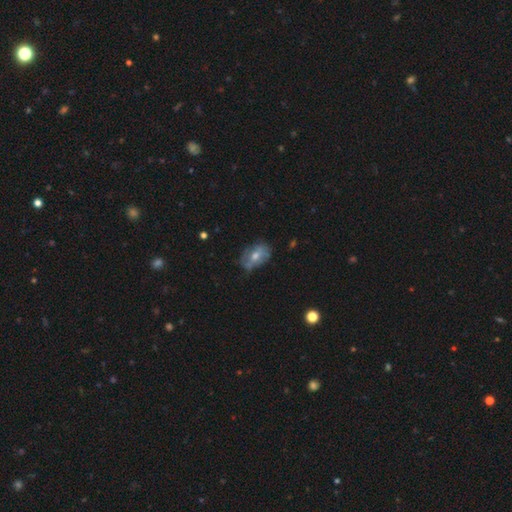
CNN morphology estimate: This is possibly a featured or disk galaxy (47%). Merging: likely none (60%).